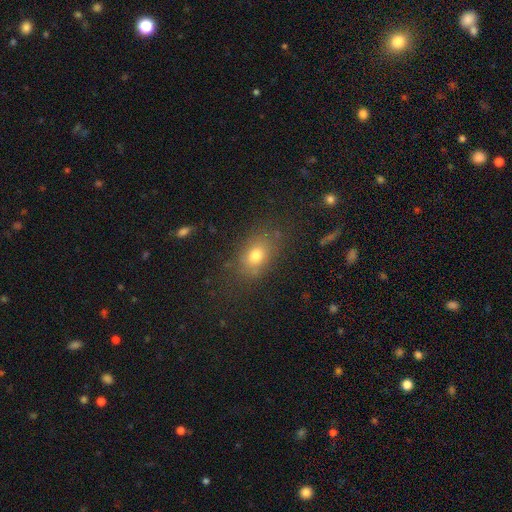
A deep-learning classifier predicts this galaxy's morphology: Smooth or featured? Predicted: smooth (p=0.74). How rounded? Predicted: in between (p=0.75). Merging? Predicted: none (p=0.75).